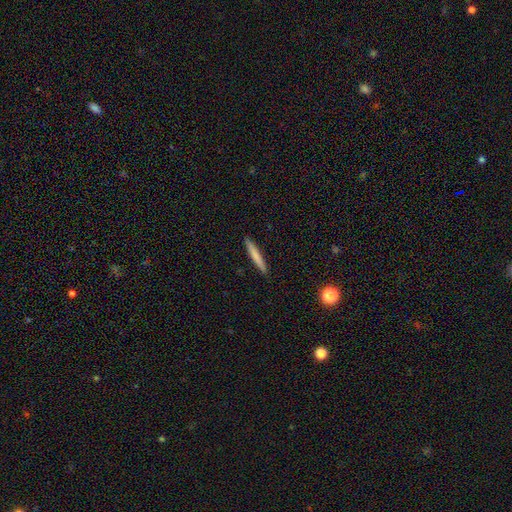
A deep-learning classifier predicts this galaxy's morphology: A smooth galaxy with no disk features (74%) that is cigar-shaped (96%). Merging: none (92%).